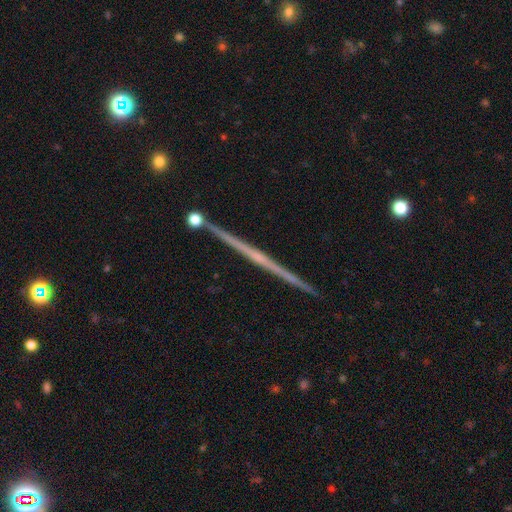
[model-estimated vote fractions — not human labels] Smooth or featured? featured or disk (80%)
Edge-on disk? yes (98%)
Edge-on bulge? none (66%)
Merging? none (92%)